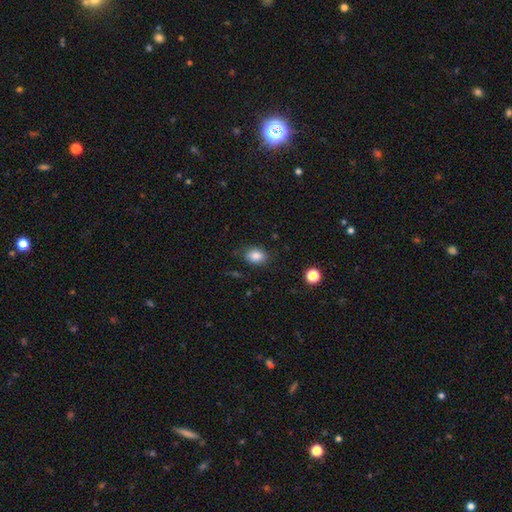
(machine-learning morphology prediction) Overall: smooth (84%). How rounded: in between (69%; round 30%). Merging: none (79%).